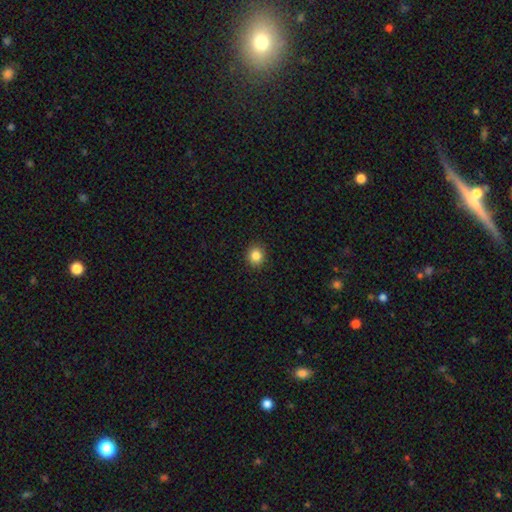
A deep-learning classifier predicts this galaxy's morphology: Overall: smooth (84%). How rounded: round (82%). Merging: none (91%).